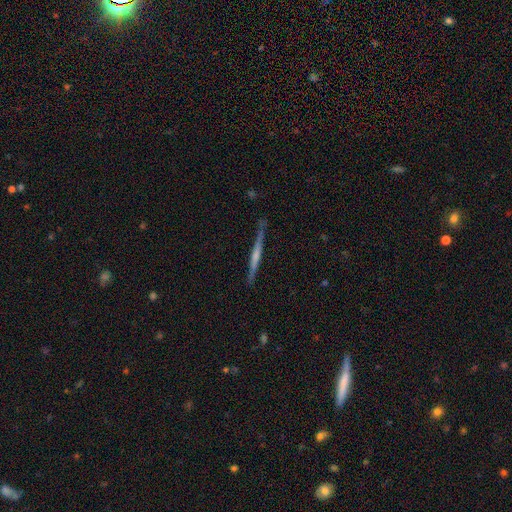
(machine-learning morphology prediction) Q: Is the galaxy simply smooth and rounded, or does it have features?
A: featured or disk — 67%.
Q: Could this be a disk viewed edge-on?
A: yes — 96%.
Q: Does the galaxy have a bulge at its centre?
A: rounded — 51%.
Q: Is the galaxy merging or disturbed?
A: none — 87%.